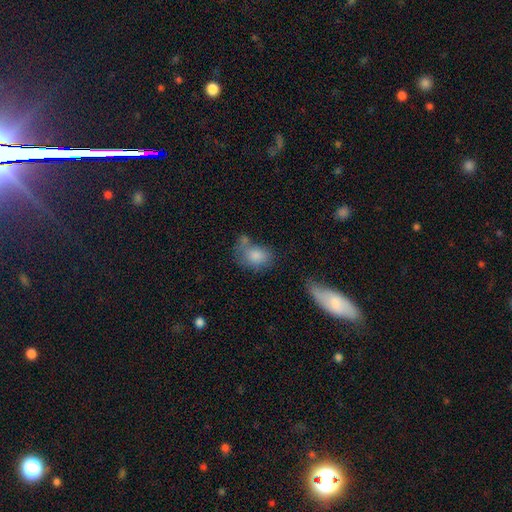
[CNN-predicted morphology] Smooth or featured: smooth — 82% (featured or disk — 10%)
How rounded: in between — 75% (round — 23%)
Merging: none — 41% (merger — 25%)